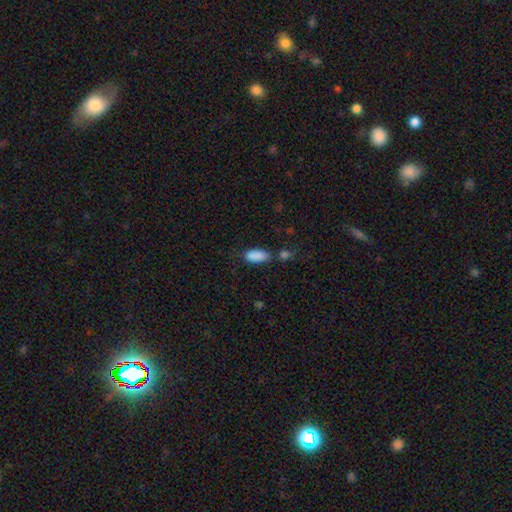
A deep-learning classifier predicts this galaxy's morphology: A smooth galaxy with no disk features (88%) that is in between round and cigar-shaped (87%).

Vote fractions:
- Smooth or featured? smooth: 88% / star or artifact: 8% / featured or disk: 4%
- How rounded? in between: 87% / cigar-shaped: 10% / round: 3%
- Merging? none: 63% / minor disturbance: 19% / merger: 12% / major disturbance: 6%